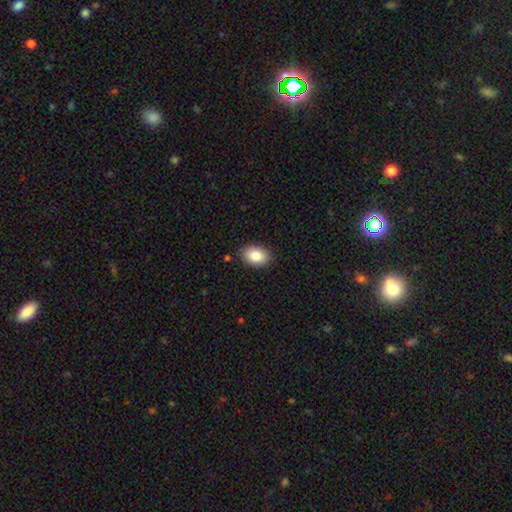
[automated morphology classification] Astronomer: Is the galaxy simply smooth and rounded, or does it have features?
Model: smooth — 85%.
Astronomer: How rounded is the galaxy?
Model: in between — 85%.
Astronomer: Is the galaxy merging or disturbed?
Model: none — 87%.